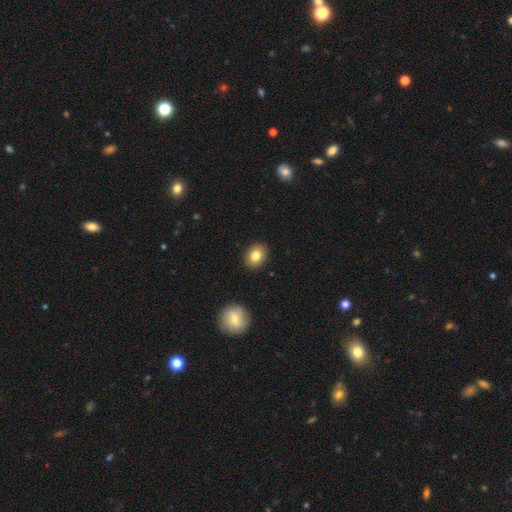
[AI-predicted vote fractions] This is clearly a smooth galaxy (82%). How rounded: possibly in between (50%). Merging: clearly none (90%).